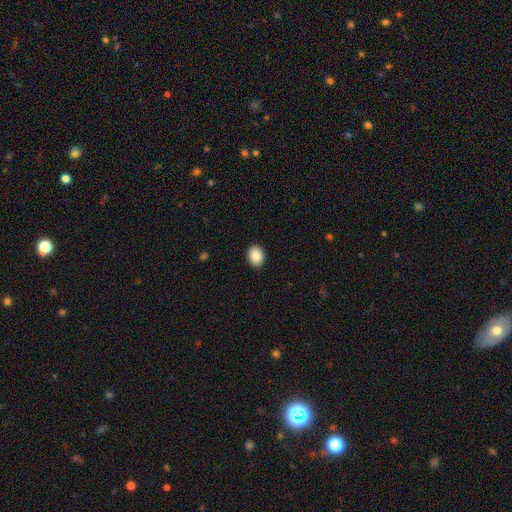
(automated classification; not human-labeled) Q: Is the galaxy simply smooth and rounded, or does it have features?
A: smooth — 89%.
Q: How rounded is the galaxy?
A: in between — 58%.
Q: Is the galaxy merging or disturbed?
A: none — 91%.